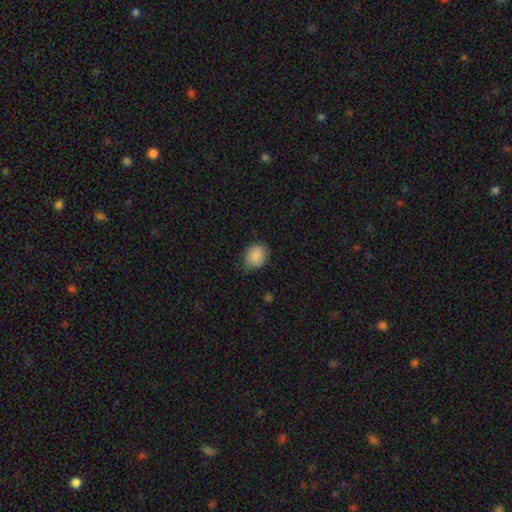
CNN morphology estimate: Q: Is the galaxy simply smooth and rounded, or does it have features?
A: smooth — 88%.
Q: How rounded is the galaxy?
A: round — 60%.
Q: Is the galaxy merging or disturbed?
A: none — 74%.